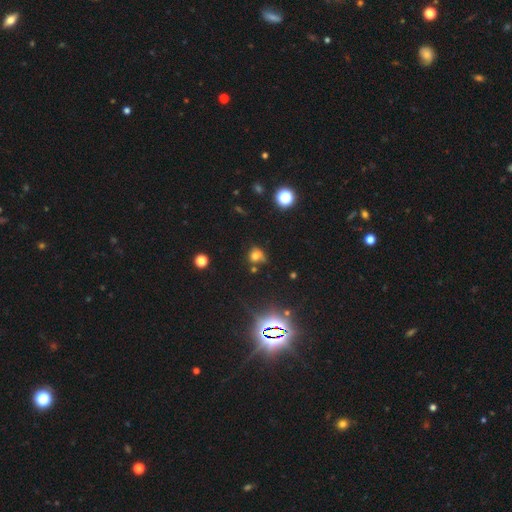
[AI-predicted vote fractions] smooth-or-featured: smooth: 62% | star or artifact: 25% | featured or disk: 13%
  how-rounded: round: 73% | in between: 26% | cigar-shaped: 1%
  merging: none: 51% | minor disturbance: 23% | merger: 15% | major disturbance: 11%